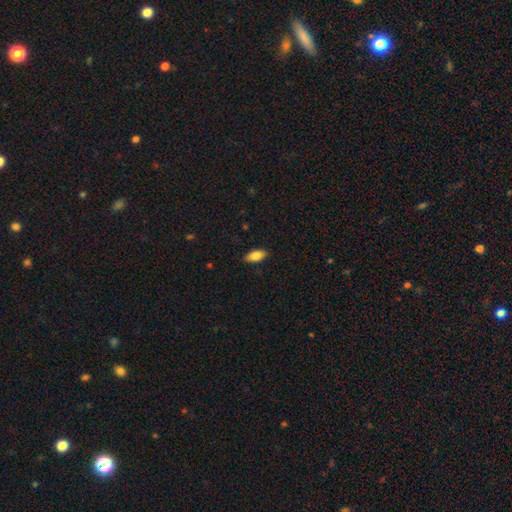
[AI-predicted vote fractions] This appears to be a smooth galaxy with no disk features (82%) that is in between round and cigar-shaped (87%). Merging: none (87%).